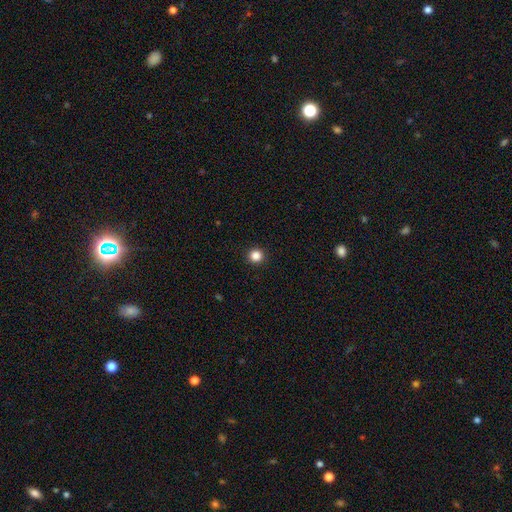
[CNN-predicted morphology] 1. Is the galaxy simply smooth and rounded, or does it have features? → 85% smooth, 12% star or artifact, 3% featured or disk.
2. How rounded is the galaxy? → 94% round, 5% in between, 1% cigar-shaped.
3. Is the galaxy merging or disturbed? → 93% none, 4% minor disturbance, 2% major disturbance, 1% merger.